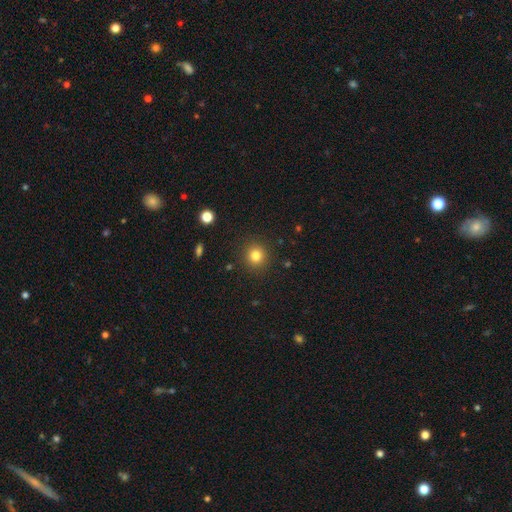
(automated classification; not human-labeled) Smooth or featured? smooth (81%)
How rounded? round (92%)
Merging? none (90%)